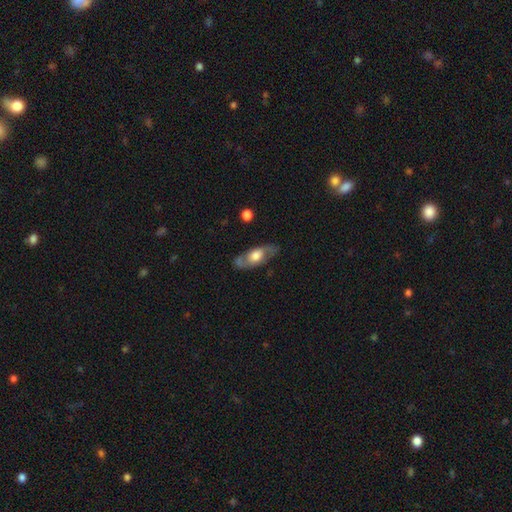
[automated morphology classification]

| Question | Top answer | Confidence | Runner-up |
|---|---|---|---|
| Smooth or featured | featured or disk | 59% | smooth (36%) |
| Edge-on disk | no | 74% | yes (26%) |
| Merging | none | 75% | minor disturbance (16%) |